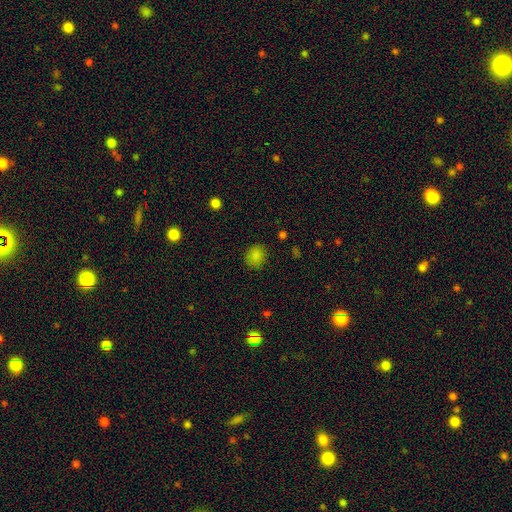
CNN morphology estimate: Q: Smooth or featured?
A: smooth (83%); runner-up: star or artifact (13%)
Q: How rounded?
A: round (73%); runner-up: in between (26%)
Q: Merging?
A: none (86%); runner-up: minor disturbance (10%)